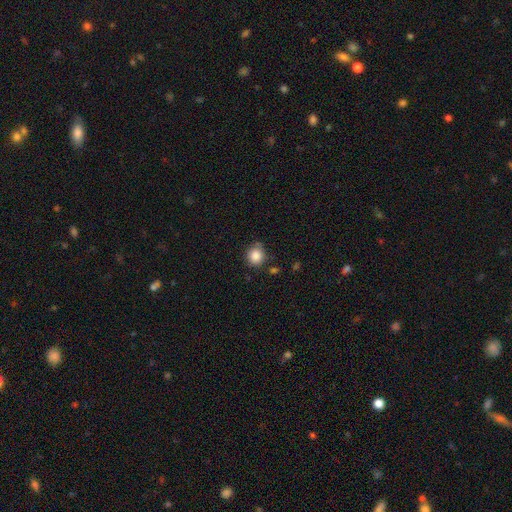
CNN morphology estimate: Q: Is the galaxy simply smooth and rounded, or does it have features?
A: smooth — 86%.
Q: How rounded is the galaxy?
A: round — 86%.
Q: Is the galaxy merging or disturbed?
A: none — 76%.